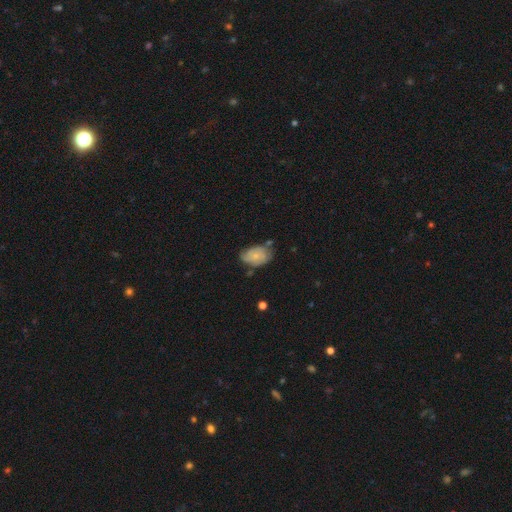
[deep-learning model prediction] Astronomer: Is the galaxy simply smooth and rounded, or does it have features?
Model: smooth — 56% (runner-up: featured or disk, 36%).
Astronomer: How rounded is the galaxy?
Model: in between — 87%.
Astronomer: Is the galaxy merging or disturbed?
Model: none — 49% (runner-up: minor disturbance, 34%).